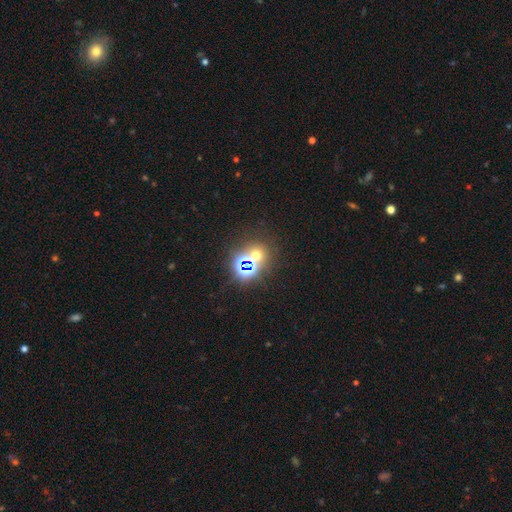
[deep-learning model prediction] Q: Smooth or featured?
A: star or artifact (54%); runner-up: smooth (38%)